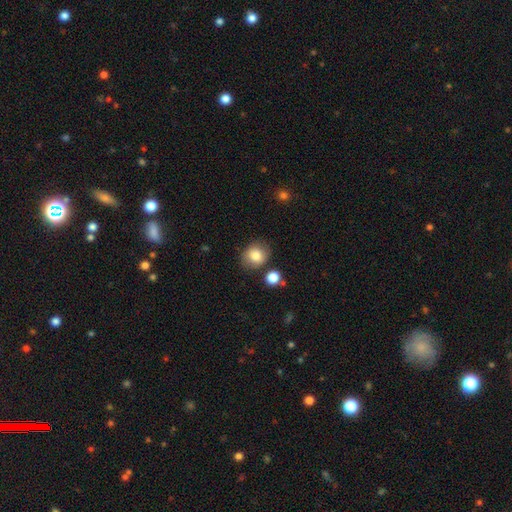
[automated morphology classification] smooth_or_featured: smooth (p=0.81) [alt: featured or disk p=0.10]
how_rounded: round (p=0.67) [alt: in between p=0.32]
merging: none (p=0.77) [alt: minor disturbance p=0.14]